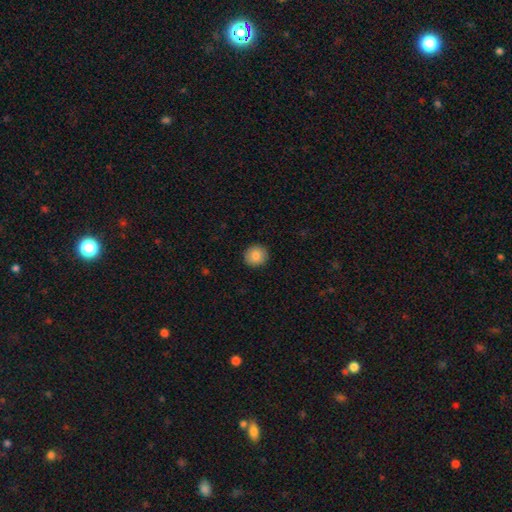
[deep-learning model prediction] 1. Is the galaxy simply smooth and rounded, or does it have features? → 86% smooth, 8% star or artifact, 6% featured or disk.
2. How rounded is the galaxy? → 89% round, 10% in between, 1% cigar-shaped.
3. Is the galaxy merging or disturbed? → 92% none, 5% minor disturbance, 2% major disturbance, 1% merger.